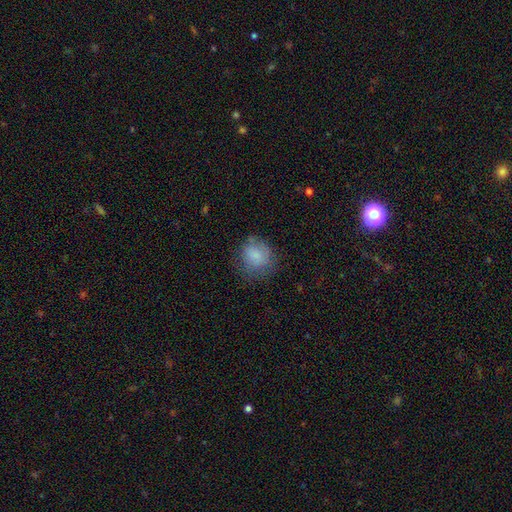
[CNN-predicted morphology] The model was most divided on "merging": none: 64%, minor disturbance: 23%, major disturbance: 11%, merger: 2%. More confident: smooth or featured — smooth (80%); how rounded — round (74%).